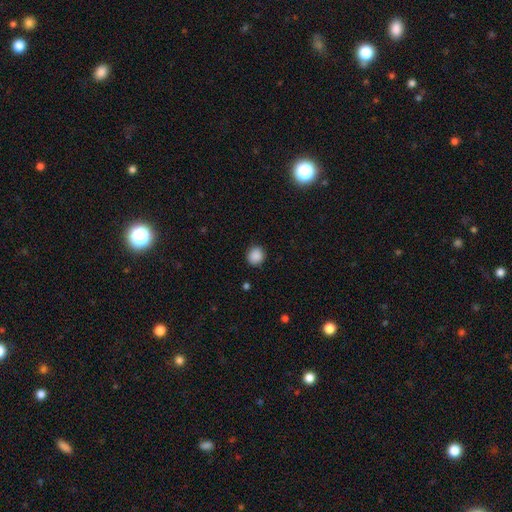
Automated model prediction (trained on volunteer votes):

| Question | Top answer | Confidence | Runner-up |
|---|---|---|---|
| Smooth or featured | smooth | 88% | star or artifact (9%) |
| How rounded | round | 87% | in between (12%) |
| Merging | none | 89% | minor disturbance (8%) |